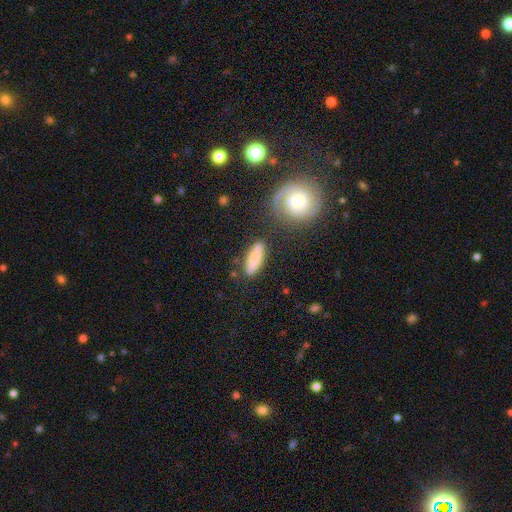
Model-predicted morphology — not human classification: smooth_or_featured: smooth (p=0.80) [alt: featured or disk p=0.14]
how_rounded: cigar-shaped (p=0.59) [alt: in between p=0.38]
merging: none (p=0.78) [alt: minor disturbance p=0.13]